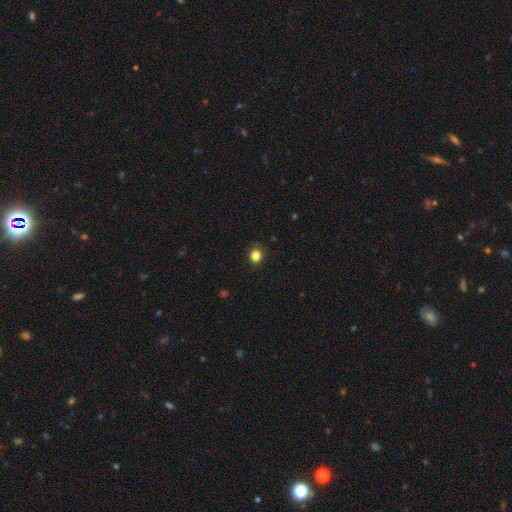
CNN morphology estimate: Smooth or featured? Predicted: smooth (p=0.84). How rounded? Predicted: round (p=0.76). Merging? Predicted: none (p=0.89).